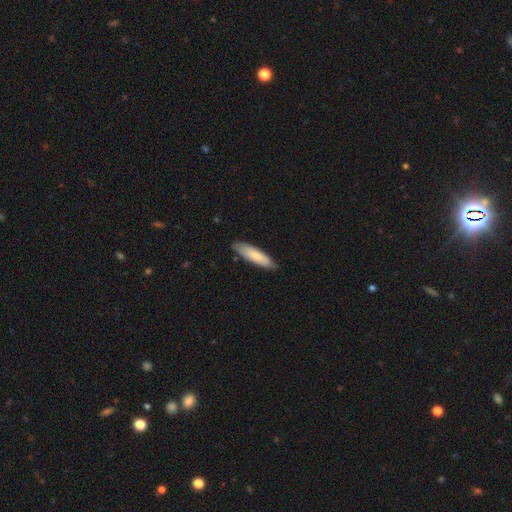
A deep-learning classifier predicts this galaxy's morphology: This is likely a smooth galaxy (79%). How rounded: likely cigar-shaped (66%). Merging: clearly none (82%).